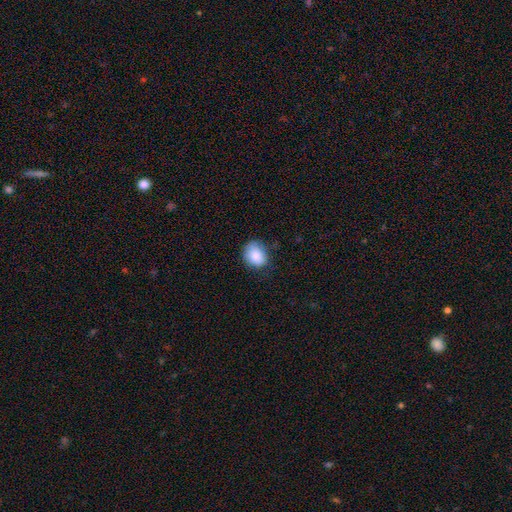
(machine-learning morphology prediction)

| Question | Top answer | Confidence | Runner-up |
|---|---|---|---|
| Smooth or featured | smooth | 85% | star or artifact (8%) |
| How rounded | in between | 52% | round (47%) |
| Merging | none | 69% | minor disturbance (25%) |